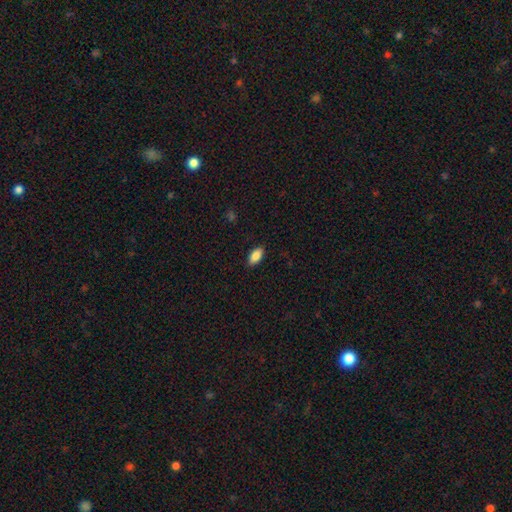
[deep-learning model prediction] Smooth or featured? smooth (86%)
How rounded? in between (90%)
Merging? none (88%)